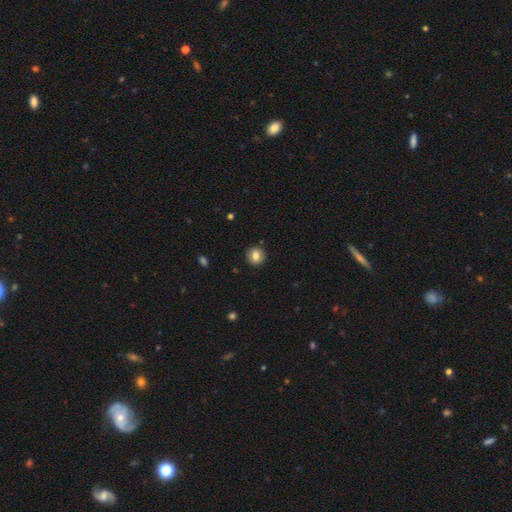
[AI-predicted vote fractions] The model was most divided on "smooth or featured": smooth: 81%, star or artifact: 10%, featured or disk: 9%. More confident: merging — none (91%); how rounded — round (89%).